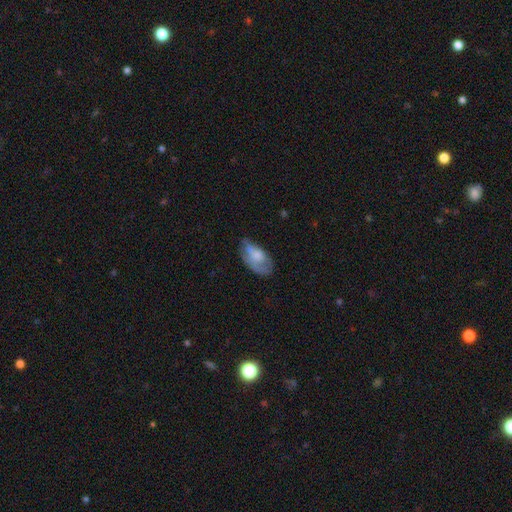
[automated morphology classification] smooth 62%, featured or disk 31%, star or artifact 8%. Down the decision tree: how rounded — in between (92%); merging — none (41%).